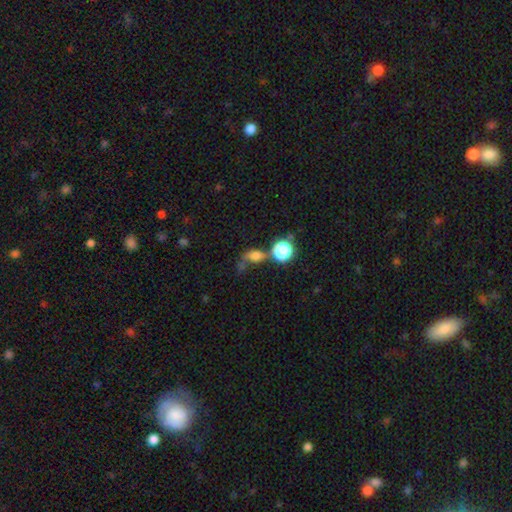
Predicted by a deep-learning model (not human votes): smooth-or-featured: smooth: 64% | star or artifact: 20% | featured or disk: 16%
  how-rounded: in between: 55% | round: 41% | cigar-shaped: 5%
  merging: none: 31% | major disturbance: 26% | merger: 26% | minor disturbance: 17%